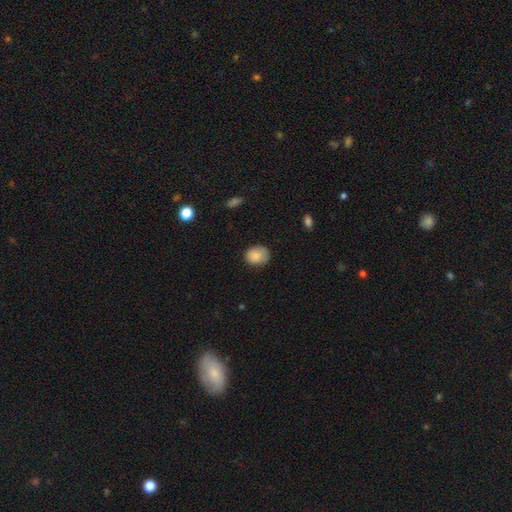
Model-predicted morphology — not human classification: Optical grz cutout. It shows a smooth galaxy with no disk features (83%) that is round (55%). Merging: none (75%).